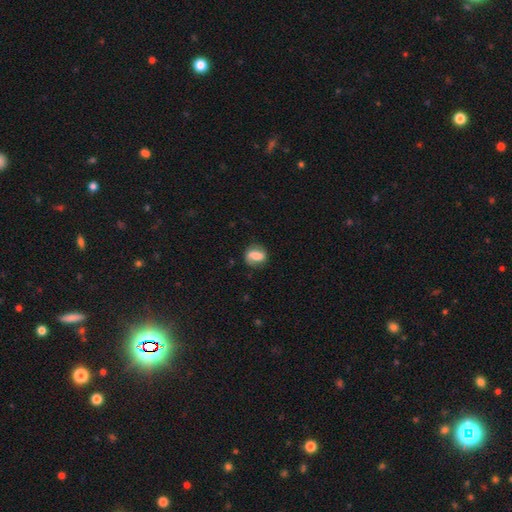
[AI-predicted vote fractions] smooth 56%, featured or disk 36%, star or artifact 8%. Down the decision tree: how rounded — in between (60%); merging — none (76%).